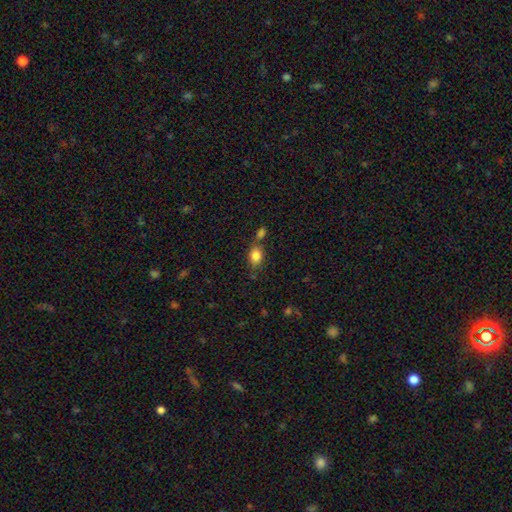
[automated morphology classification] type=smooth (83%); roundness=in between (70%); merging=none (60%).